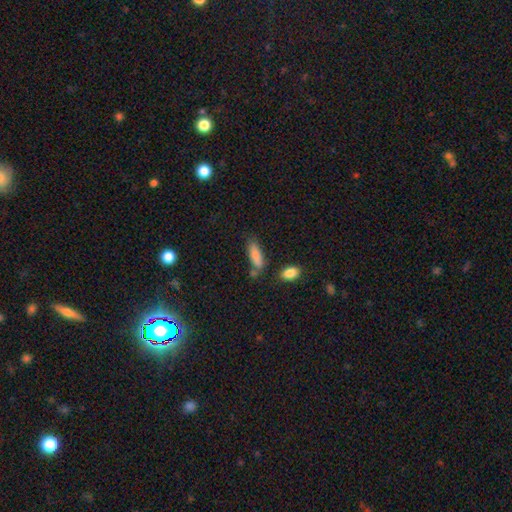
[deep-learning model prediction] A smooth galaxy with no disk features (82%) that is in between round and cigar-shaped (55%). Merging: none (59%).